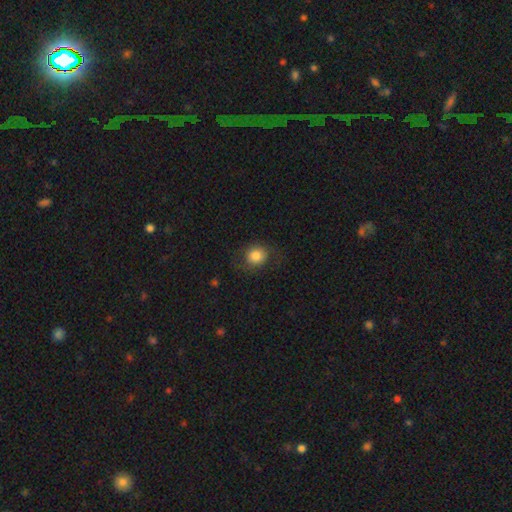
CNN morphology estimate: A smooth galaxy with no disk features (79%) that is round (77%). Merging: none (72%).